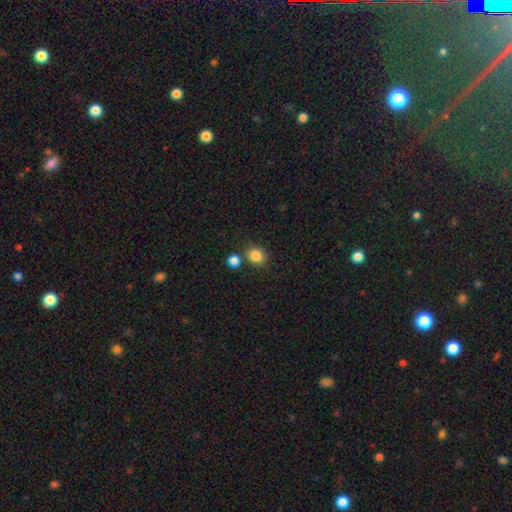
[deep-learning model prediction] This is clearly a smooth galaxy (85%). How rounded: likely round (71%). Merging: likely none (73%).